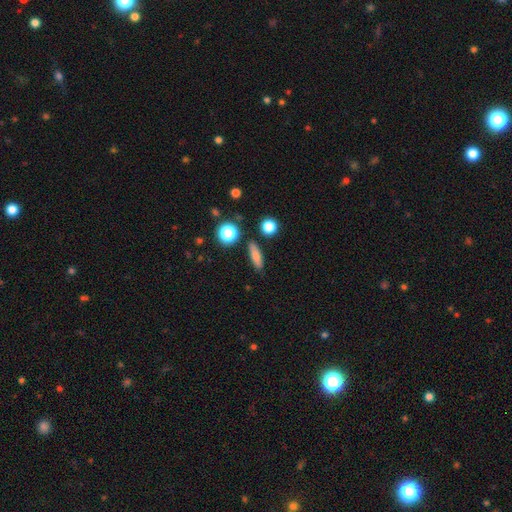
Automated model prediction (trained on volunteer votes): smooth 76%, featured or disk 13%, star or artifact 11%. Down the decision tree: how rounded — cigar-shaped (54%); merging — none (85%).